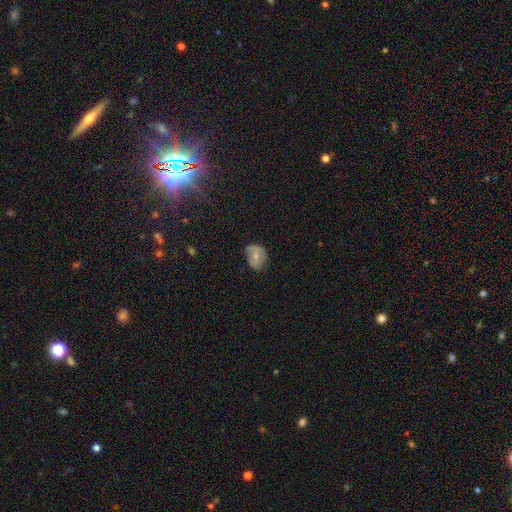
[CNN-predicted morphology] smooth-or-featured: smooth: 57% | featured or disk: 34% | star or artifact: 9%
  how-rounded: in between: 53% | round: 46% | cigar-shaped: 1%
  merging: none: 52% | minor disturbance: 35% | major disturbance: 11% | merger: 2%